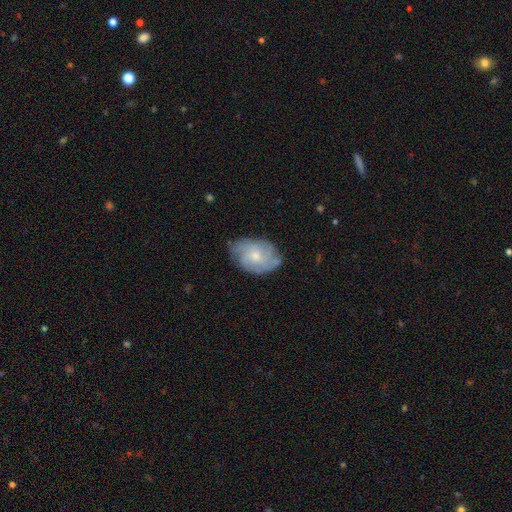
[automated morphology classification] Smooth or featured: featured or disk — 61% (smooth — 33%)
Edge-on disk: no — 96% (yes — 4%)
Bar: no — 77% (weak — 21%)
Spiral arms: yes — 83% (no — 17%)
Bulge size: small — 49% (moderate — 45%)
Merging: none — 65% (minor disturbance — 26%)